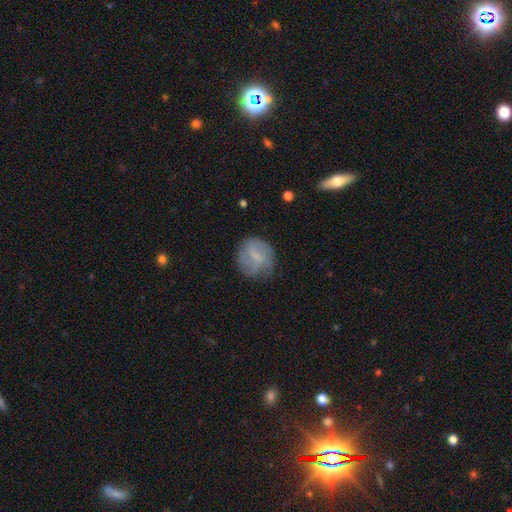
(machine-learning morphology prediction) This appears to be a smooth galaxy with no disk features (53%) that is round (76%). Merging: none (66%).